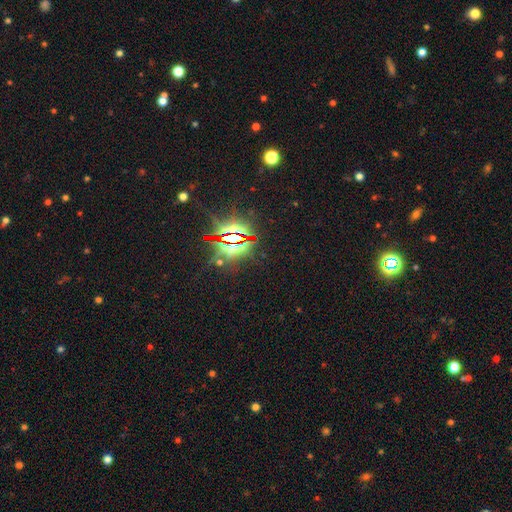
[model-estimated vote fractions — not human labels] Smooth or featured: star or artifact — 85% (smooth — 8%)